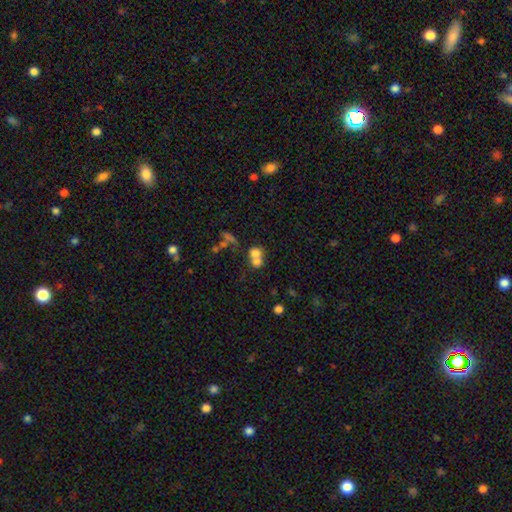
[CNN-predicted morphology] A smooth galaxy with no disk features (67%) that is round (64%). Merging: merger (67%).